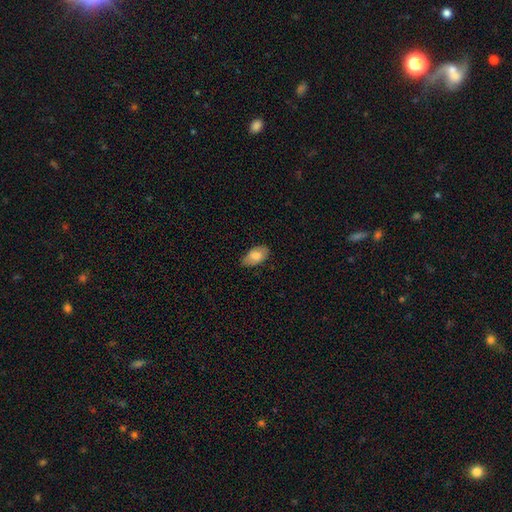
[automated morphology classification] Smooth or featured?
  - smooth: 79% *
  - featured or disk: 14%
  - star or artifact: 7%
How rounded?
  - in between: 93% *
  - round: 5%
  - cigar-shaped: 2%
Merging?
  - none: 77% *
  - minor disturbance: 19%
  - major disturbance: 3%
  - merger: 1%